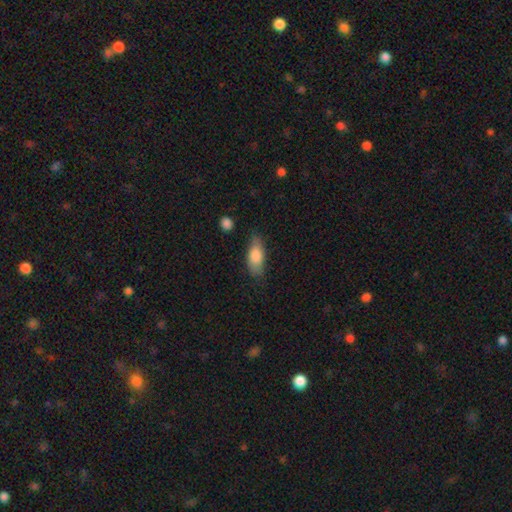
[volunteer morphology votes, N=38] This appears to be a smooth galaxy with no disk features (87%) that is in between round and cigar-shaped (91%). Merging: none (60%).